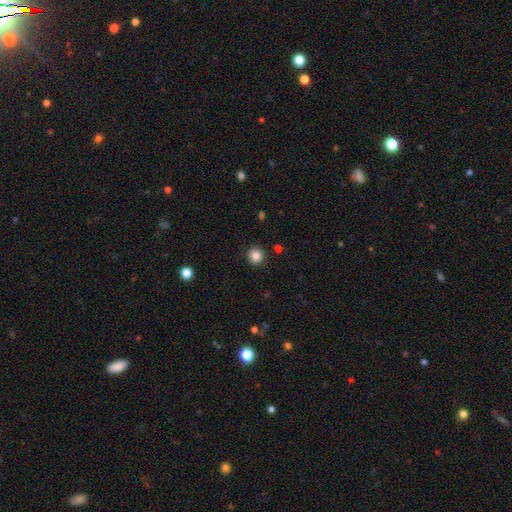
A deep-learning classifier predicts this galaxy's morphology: smooth_or_featured: smooth (p=0.84) [alt: star or artifact p=0.11]
how_rounded: round (p=0.93) [alt: in between p=0.06]
merging: none (p=0.91) [alt: minor disturbance p=0.06]